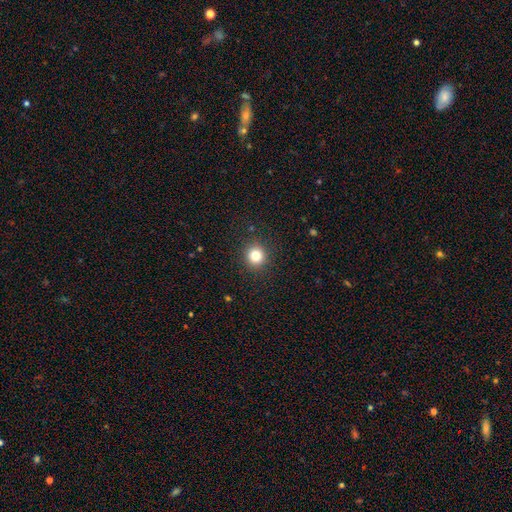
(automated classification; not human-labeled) The model was most divided on "smooth or featured": smooth: 82%, star or artifact: 12%, featured or disk: 6%. More confident: how rounded — round (91%); merging — none (91%).